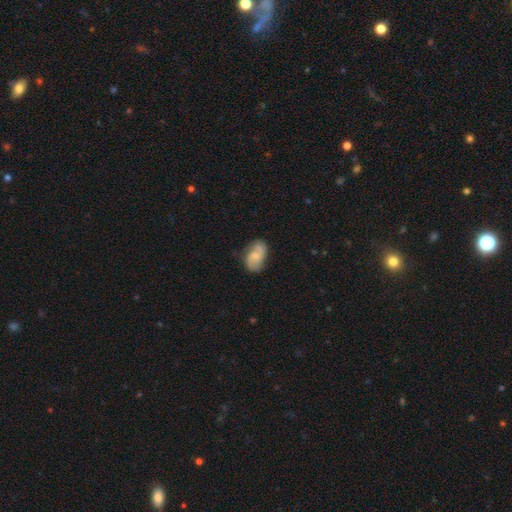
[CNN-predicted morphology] Smooth or featured? featured or disk (57%)
Edge-on disk? no (97%)
Bar? no (59%)
Spiral arms? yes (88%)
Bulge size? small (47%)
Merging? none (65%)